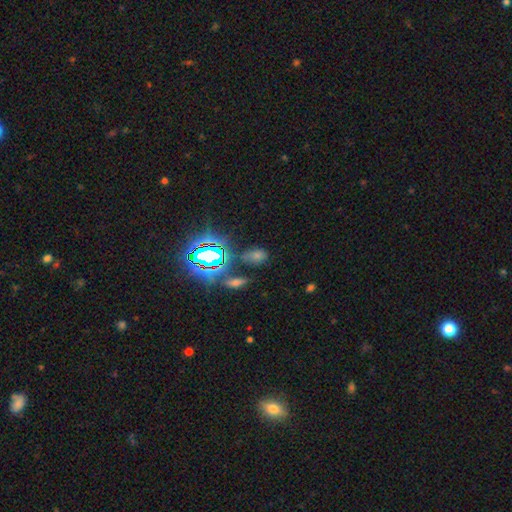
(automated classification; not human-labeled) This appears to be a star or artifact, not a galaxy (56%).